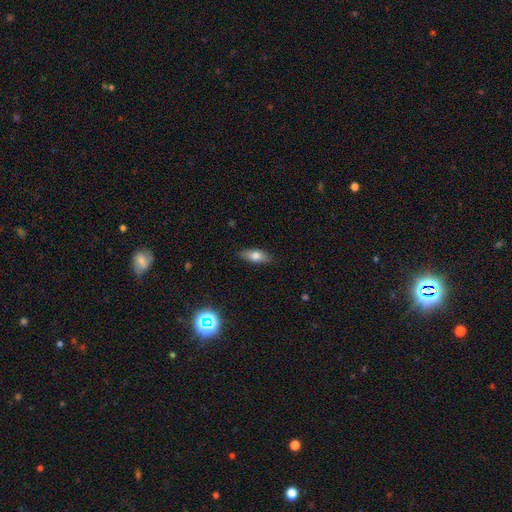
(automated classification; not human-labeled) smooth_or_featured: smooth (p=0.74) [alt: featured or disk p=0.18]
how_rounded: in between (p=0.76) [alt: cigar-shaped p=0.20]
merging: none (p=0.87) [alt: minor disturbance p=0.10]